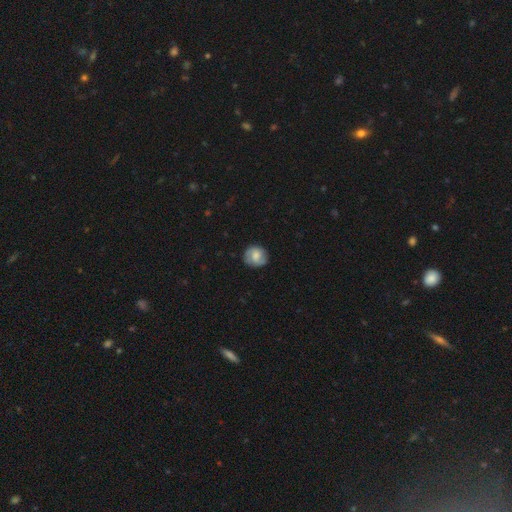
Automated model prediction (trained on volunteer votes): Q: Smooth or featured?
A: smooth (57%); runner-up: featured or disk (36%)
Q: How rounded?
A: round (81%); runner-up: in between (18%)
Q: Merging?
A: none (79%); runner-up: minor disturbance (16%)